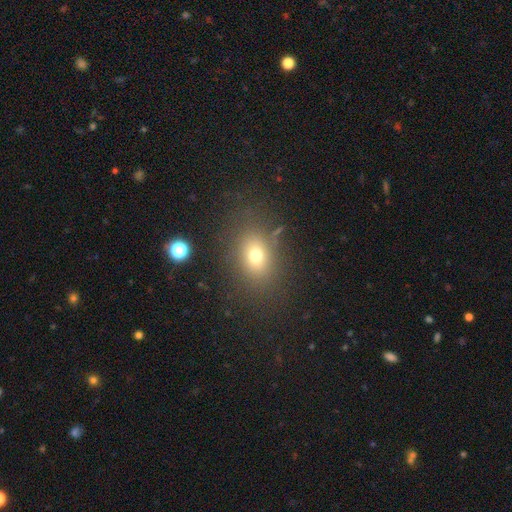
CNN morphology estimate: This is likely a smooth galaxy (71%). How rounded: likely in between (64%). Merging: likely none (80%).